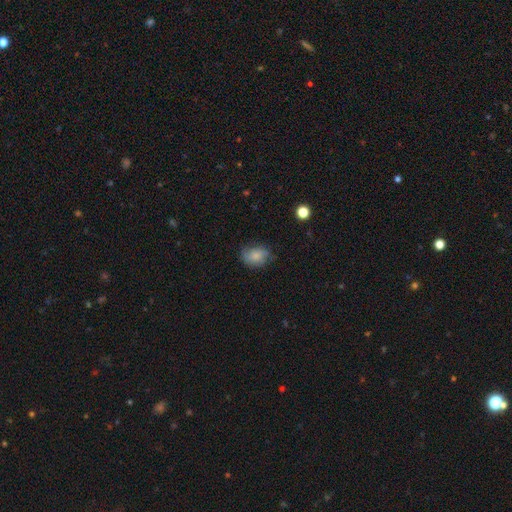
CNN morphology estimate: Smooth or featured: smooth — 73% (featured or disk — 18%)
How rounded: in between — 69% (round — 30%)
Merging: none — 67% (minor disturbance — 25%)